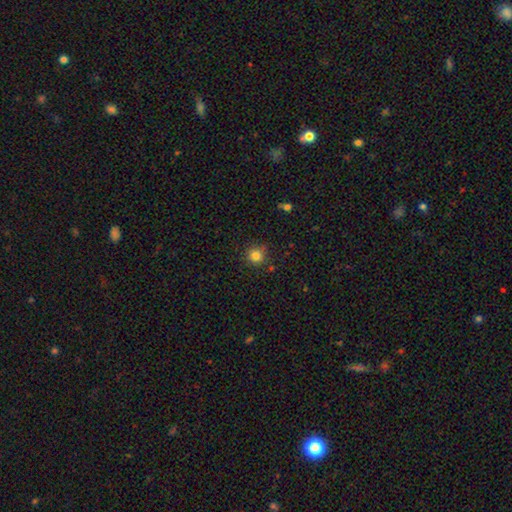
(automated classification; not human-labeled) A smooth galaxy with no disk features (83%) that is round (93%).

Vote fractions:
- Smooth or featured? smooth: 83% / star or artifact: 12% / featured or disk: 5%
- How rounded? round: 93% / in between: 6% / cigar-shaped: 1%
- Merging? none: 84% / minor disturbance: 11% / major disturbance: 3% / merger: 3%